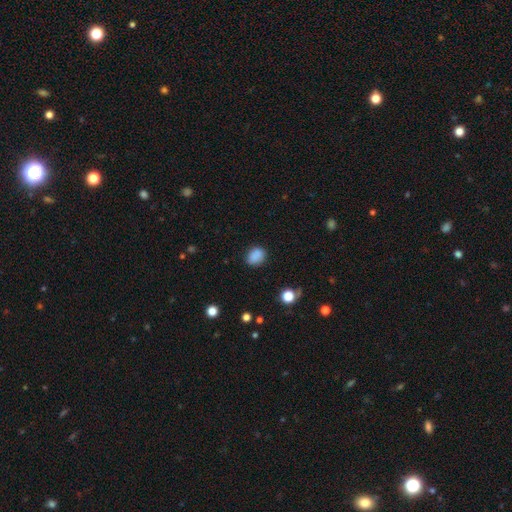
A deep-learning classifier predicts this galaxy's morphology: smooth-or-featured: smooth: 85% | star or artifact: 10% | featured or disk: 5%
  how-rounded: in between: 49% (tied) | round: 49% (tied) | cigar-shaped: 1%
  merging: none: 81% | minor disturbance: 14% | major disturbance: 3% | merger: 2%